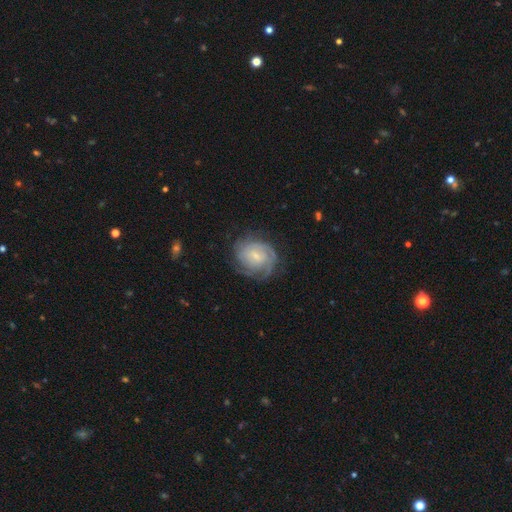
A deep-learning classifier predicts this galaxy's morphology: The model was most divided on "bar": no: 54%, weak: 39%, strong: 7%. Remaining: edge-on disk — no (98%); spiral arms — yes (93%); smooth or featured — featured or disk (77%); merging — none (70%); spiral winding — tight (69%); bulge size — small (67%); spiral arm count — can't tell (39%).